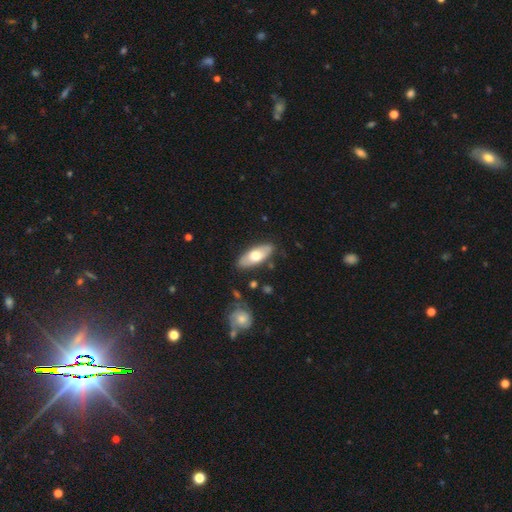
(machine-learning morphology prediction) Smooth or featured? Predicted: smooth (p=0.57). How rounded? Predicted: in between (p=0.79). Merging? Predicted: none (p=0.83).